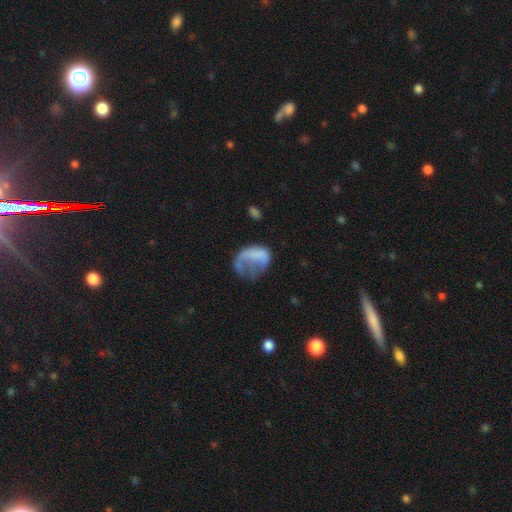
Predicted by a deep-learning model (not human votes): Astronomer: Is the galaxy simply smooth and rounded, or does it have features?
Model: smooth — 50% (runner-up: featured or disk, 40%).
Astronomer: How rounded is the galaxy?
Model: in between — 63%.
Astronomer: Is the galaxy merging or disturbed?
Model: major disturbance — 56%.